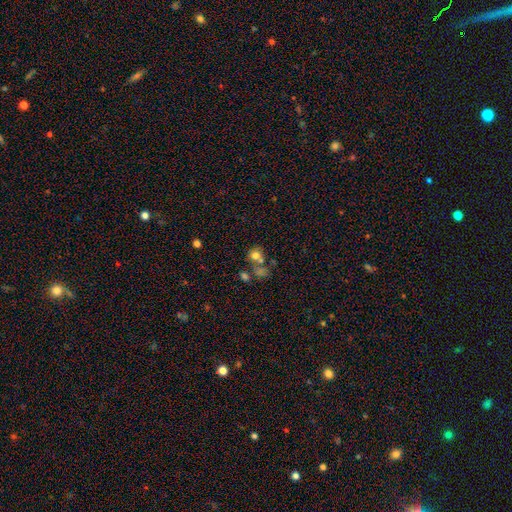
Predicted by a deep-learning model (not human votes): Smooth or featured: smooth — 70% (star or artifact — 16%)
How rounded: round — 74% (in between — 25%)
Merging: none — 46% (merger — 36%)